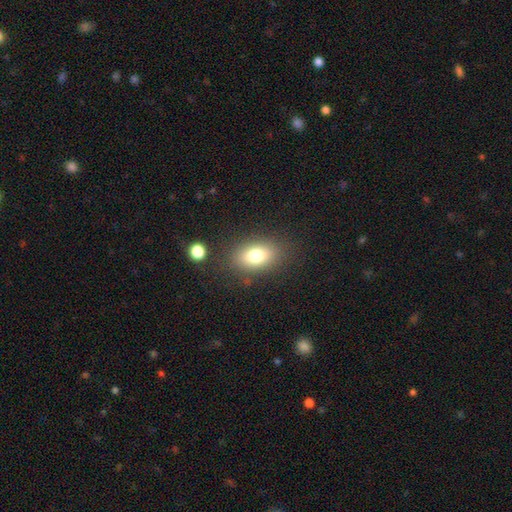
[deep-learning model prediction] Overall: smooth (77%). How rounded: in between (83%). Merging: none (82%).